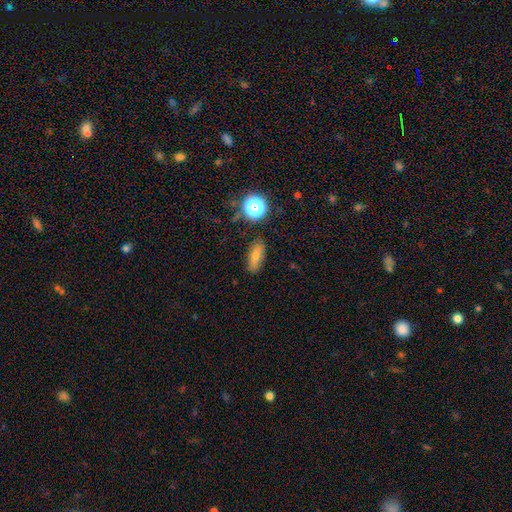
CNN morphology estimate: smooth 71%, featured or disk 15%, star or artifact 14%. Down the decision tree: how rounded — in between (66%); merging — none (81%).